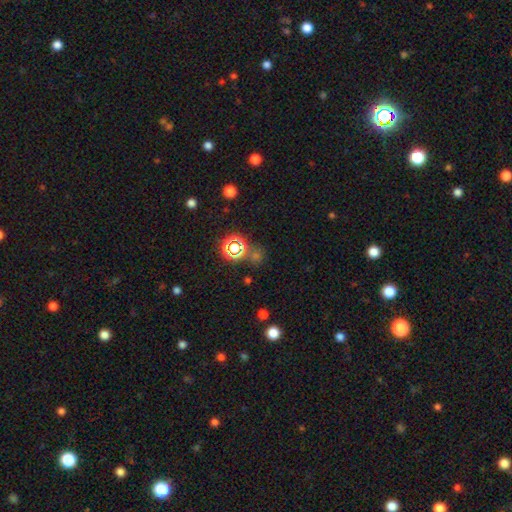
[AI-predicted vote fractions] A star or artifact, not a galaxy (59%).